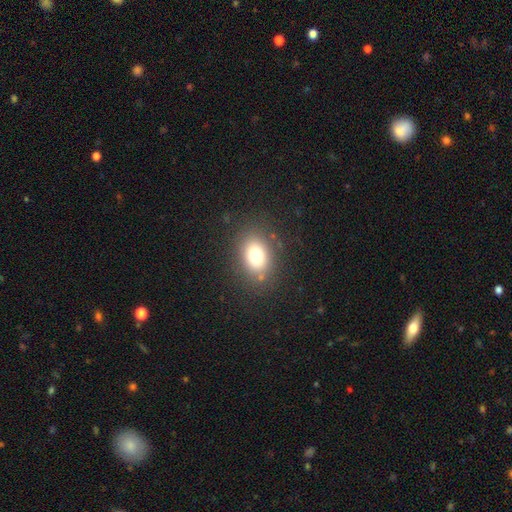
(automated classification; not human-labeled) Smooth or featured?
  - smooth: 75% *
  - star or artifact: 13%
  - featured or disk: 13%
How rounded?
  - in between: 66% *
  - round: 33%
  - cigar-shaped: 1%
Merging?
  - none: 81% *
  - minor disturbance: 11%
  - major disturbance: 5%
  - merger: 2%